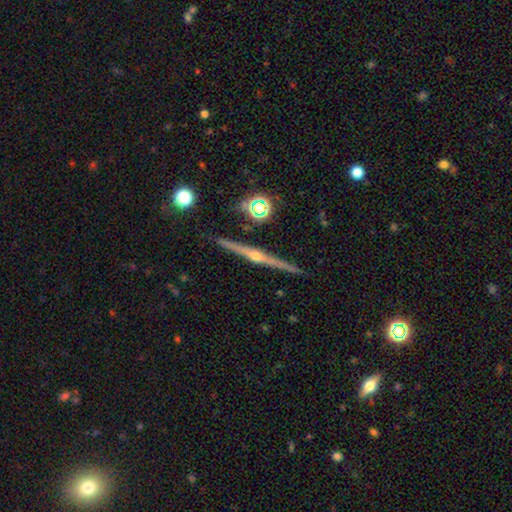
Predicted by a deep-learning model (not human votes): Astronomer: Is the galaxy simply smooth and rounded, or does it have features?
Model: featured or disk — 85%.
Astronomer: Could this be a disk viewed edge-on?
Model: yes — 98%.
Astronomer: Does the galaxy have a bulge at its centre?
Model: rounded — 90%.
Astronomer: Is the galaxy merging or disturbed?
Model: none — 90%.